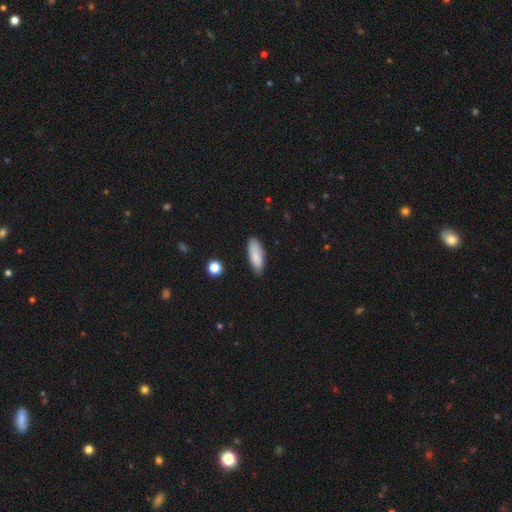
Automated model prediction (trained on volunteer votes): smooth-or-featured: smooth: 85% | featured or disk: 9% | star or artifact: 7%
  how-rounded: in between: 72% | cigar-shaped: 27% | round: 2%
  merging: none: 81% | minor disturbance: 14% | major disturbance: 2% | merger: 2%